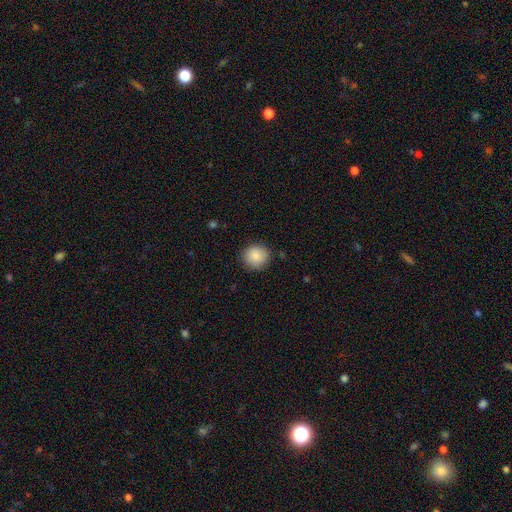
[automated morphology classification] Smooth or featured: smooth — 87% (star or artifact — 8%)
How rounded: round — 92% (in between — 7%)
Merging: none — 87% (minor disturbance — 10%)